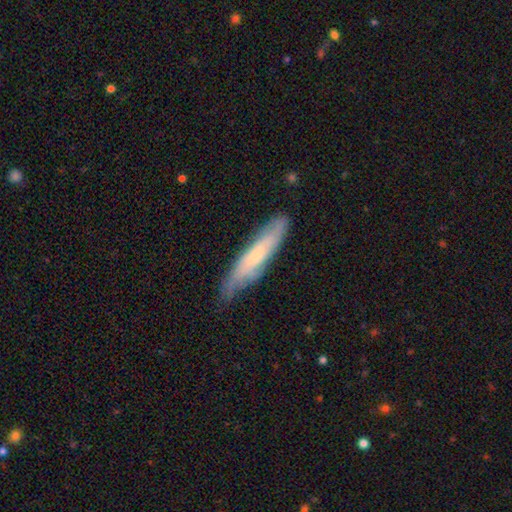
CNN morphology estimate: Q: Smooth or featured?
A: smooth (47%); tied with: featured or disk (47%)
Q: Merging?
A: none (70%); runner-up: minor disturbance (24%)